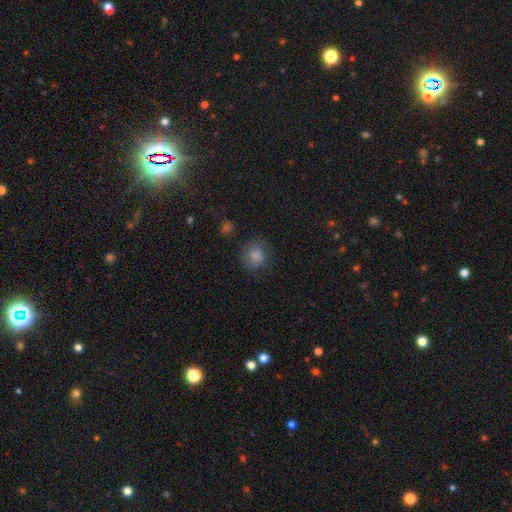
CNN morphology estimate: This is clearly a smooth galaxy (82%). How rounded: clearly round (85%). Merging: likely none (71%).